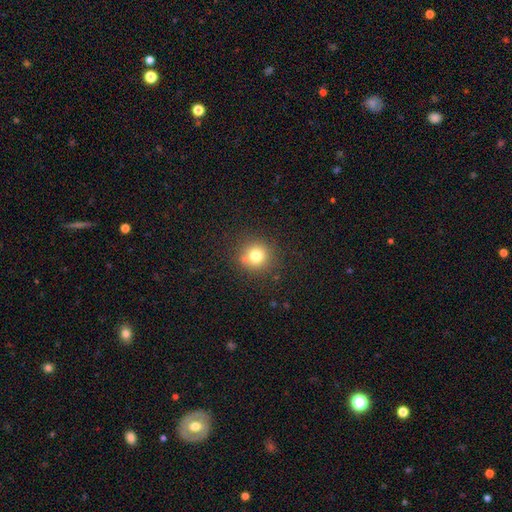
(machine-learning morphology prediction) type=smooth (77%); roundness=round (91%); merging=none (83%).